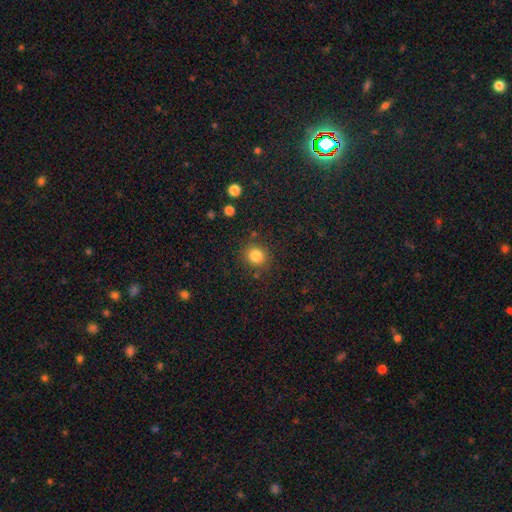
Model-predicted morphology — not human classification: smooth_or_featured: smooth (p=0.83) [alt: star or artifact p=0.12]
how_rounded: round (p=0.87) [alt: in between p=0.12]
merging: none (p=0.85) [alt: minor disturbance p=0.09]